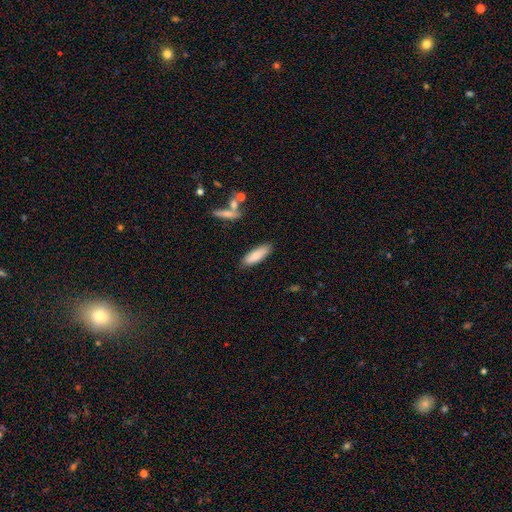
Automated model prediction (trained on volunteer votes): Smooth or featured: smooth — 81% (featured or disk — 12%)
How rounded: in between — 53% (cigar-shaped — 45%)
Merging: none — 84% (minor disturbance — 11%)